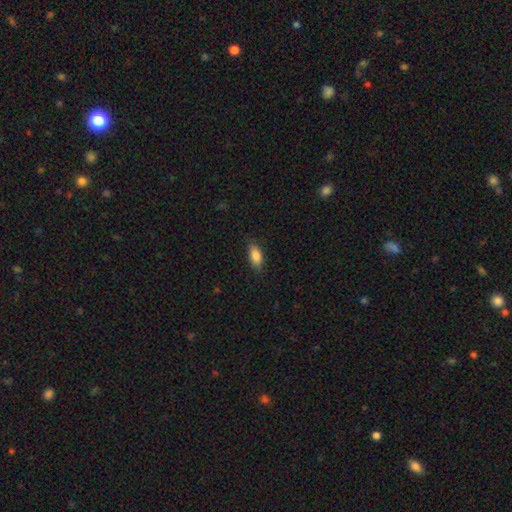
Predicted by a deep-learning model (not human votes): Smooth or featured? Predicted: smooth (p=0.85). How rounded? Predicted: in between (p=0.86). Merging? Predicted: none (p=0.80).